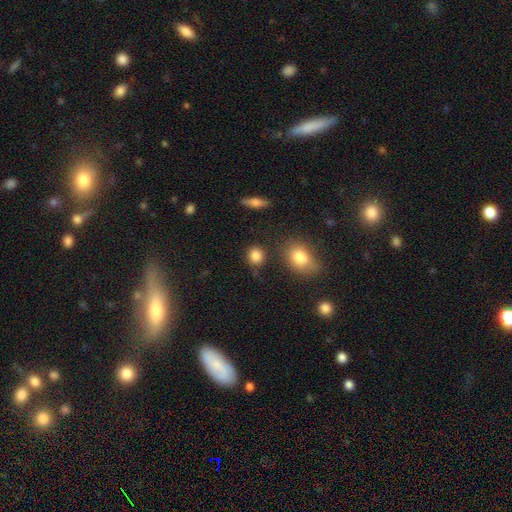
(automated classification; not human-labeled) Smooth or featured? Predicted: smooth (p=0.85). How rounded? Predicted: round (p=0.78). Merging? Predicted: none (p=0.77).